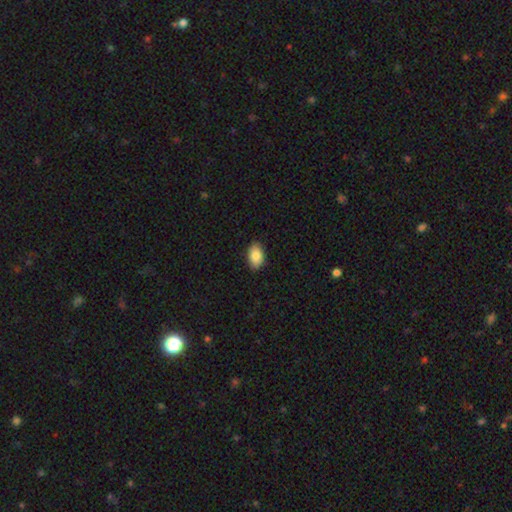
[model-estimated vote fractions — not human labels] Smooth or featured? smooth (88%)
How rounded? in between (92%)
Merging? none (87%)